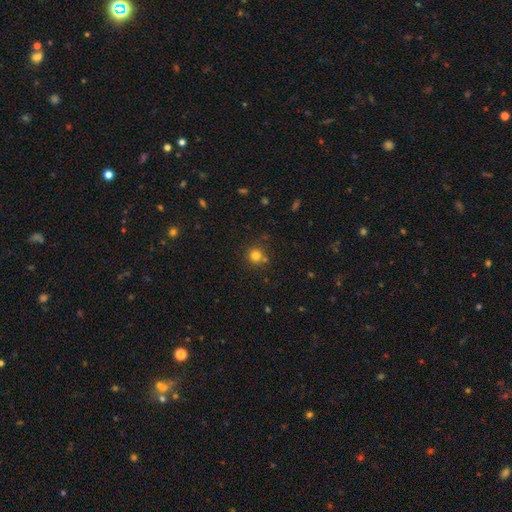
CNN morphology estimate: Overall: smooth (78%). How rounded: round (93%). Merging: none (78%).